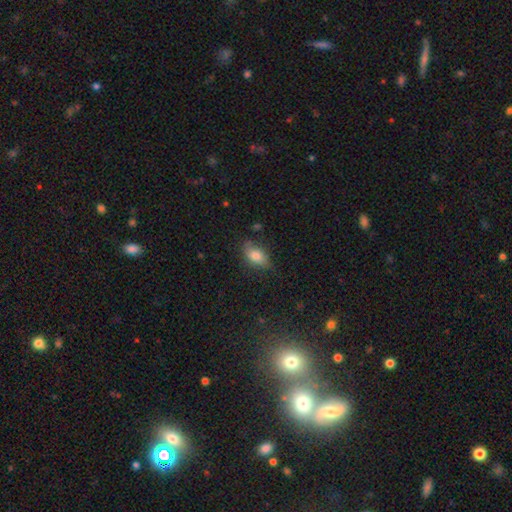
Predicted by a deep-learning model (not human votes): Smooth or featured?
  - smooth: 77% *
  - featured or disk: 13%
  - star or artifact: 9%
How rounded?
  - in between: 86% *
  - round: 10%
  - cigar-shaped: 4%
Merging?
  - none: 66% *
  - minor disturbance: 26%
  - major disturbance: 6%
  - merger: 2%